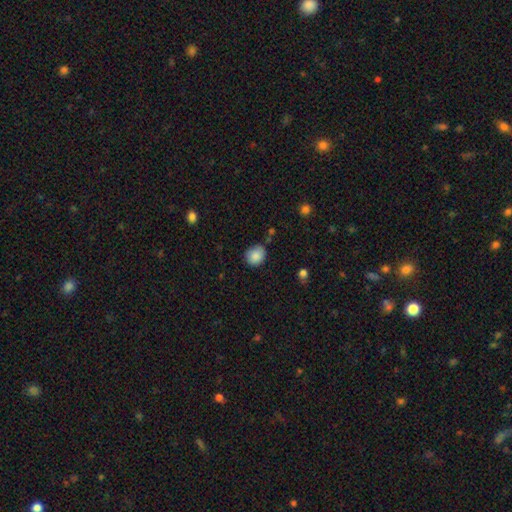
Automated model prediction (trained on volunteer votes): Smooth or featured?
  - smooth: 86% *
  - star or artifact: 9%
  - featured or disk: 5%
How rounded?
  - round: 72% *
  - in between: 27%
  - cigar-shaped: 1%
Merging?
  - none: 72% *
  - minor disturbance: 21%
  - major disturbance: 4%
  - merger: 4%